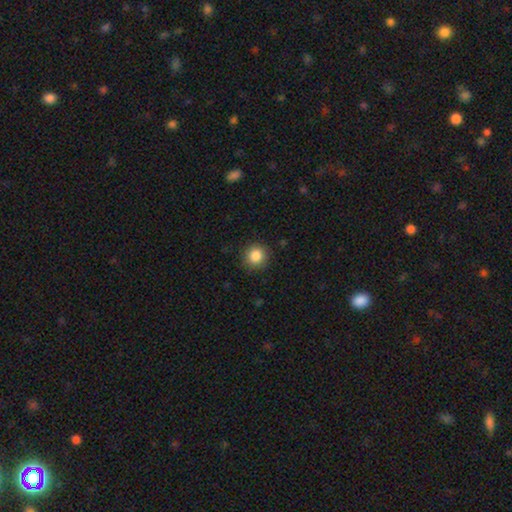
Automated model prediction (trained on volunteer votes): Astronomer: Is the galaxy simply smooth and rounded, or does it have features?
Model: smooth — 86%.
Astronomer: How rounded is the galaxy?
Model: round — 94%.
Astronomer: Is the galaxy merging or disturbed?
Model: none — 90%.